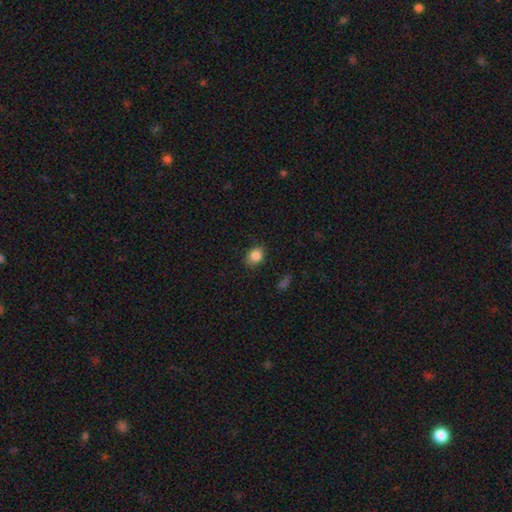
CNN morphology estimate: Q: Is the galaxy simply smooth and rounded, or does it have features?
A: smooth — 84%.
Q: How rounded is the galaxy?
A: in between — 59%.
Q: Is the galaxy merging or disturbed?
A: none — 83%.